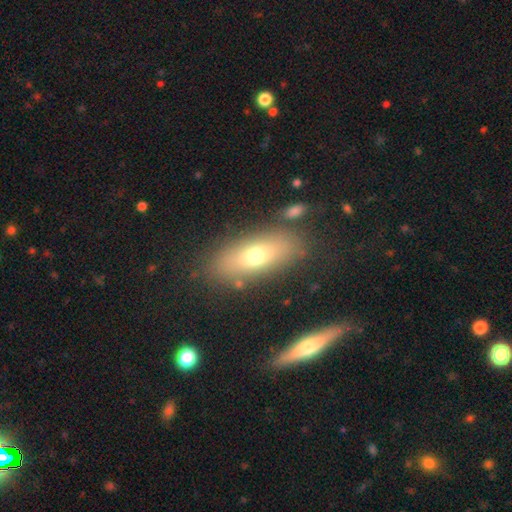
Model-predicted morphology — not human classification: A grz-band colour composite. It shows a smooth galaxy with no disk features (66%) that is in between round and cigar-shaped (75%). Merging: none (77%).